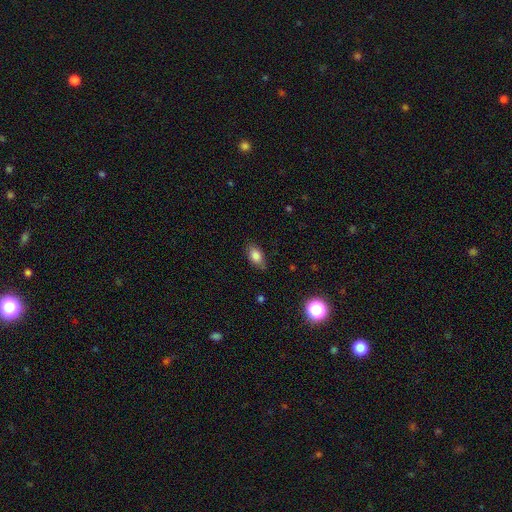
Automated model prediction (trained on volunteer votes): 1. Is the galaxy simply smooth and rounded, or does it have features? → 81% smooth, 10% featured or disk, 9% star or artifact.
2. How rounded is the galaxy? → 87% in between, 9% round, 4% cigar-shaped.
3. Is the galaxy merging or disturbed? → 79% none, 16% minor disturbance, 3% major disturbance, 1% merger.